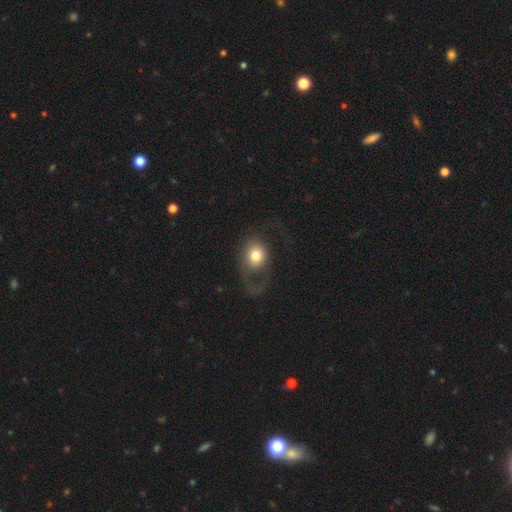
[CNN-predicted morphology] A smooth galaxy with no disk features (68%) that is round (60%).

Vote fractions:
- Smooth or featured? smooth: 68% / featured or disk: 23% / star or artifact: 9%
- How rounded? round: 60% / in between: 39% / cigar-shaped: 1%
- Merging? major disturbance: 47% / none: 34% / minor disturbance: 18% / merger: 2%